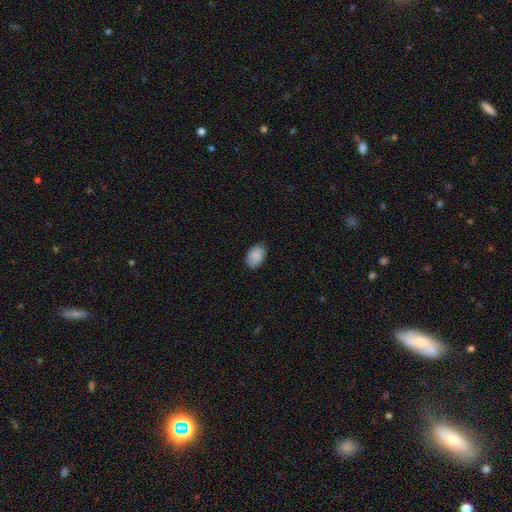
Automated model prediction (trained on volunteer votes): smooth-or-featured: smooth: 89% | star or artifact: 7% | featured or disk: 4%
  how-rounded: in between: 86% | round: 13% | cigar-shaped: 1%
  merging: none: 86% | minor disturbance: 11% | major disturbance: 2% | merger: 1%